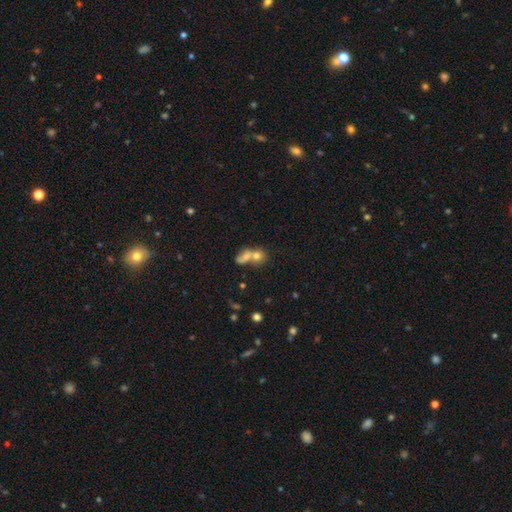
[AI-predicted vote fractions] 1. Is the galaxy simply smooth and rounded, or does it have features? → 60% smooth, 21% featured or disk, 20% star or artifact.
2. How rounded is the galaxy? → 58% round, 38% in between, 4% cigar-shaped.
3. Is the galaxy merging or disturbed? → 58% merger, 30% none, 7% minor disturbance, 5% major disturbance.